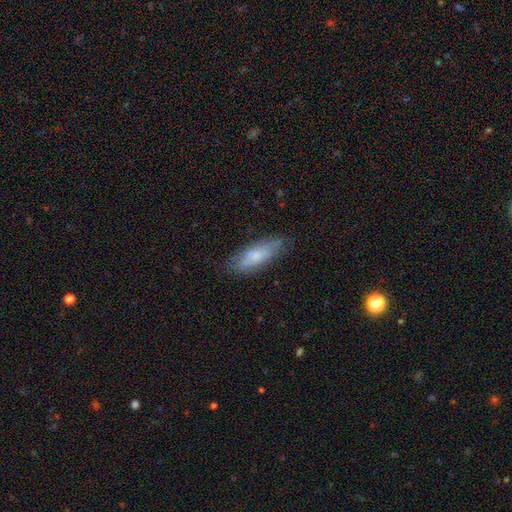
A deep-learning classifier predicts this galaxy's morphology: Smooth or featured? smooth (67%)
How rounded? in between (55%)
Merging? none (76%)